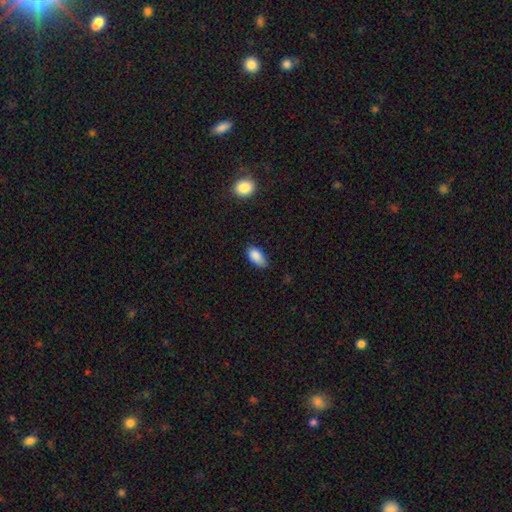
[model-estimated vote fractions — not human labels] A smooth galaxy with no disk features (87%) that is in between round and cigar-shaped (92%).

Vote fractions:
- Smooth or featured? smooth: 87% / star or artifact: 8% / featured or disk: 5%
- How rounded? in between: 92% / cigar-shaped: 5% / round: 3%
- Merging? none: 68% / minor disturbance: 27% / major disturbance: 4% / merger: 2%